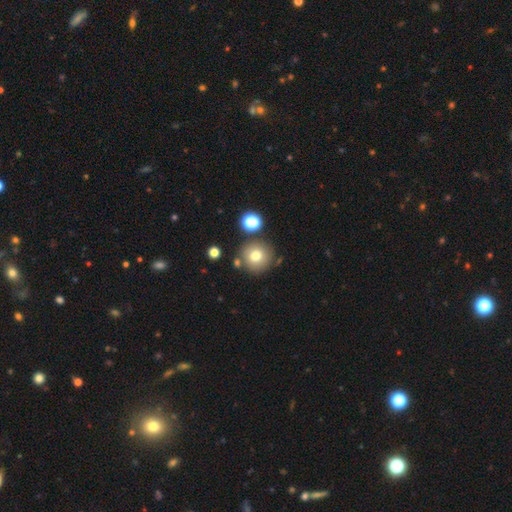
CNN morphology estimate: Q: Smooth or featured?
A: smooth (75%); runner-up: star or artifact (13%)
Q: How rounded?
A: round (93%); runner-up: in between (6%)
Q: Merging?
A: none (80%); runner-up: minor disturbance (9%)